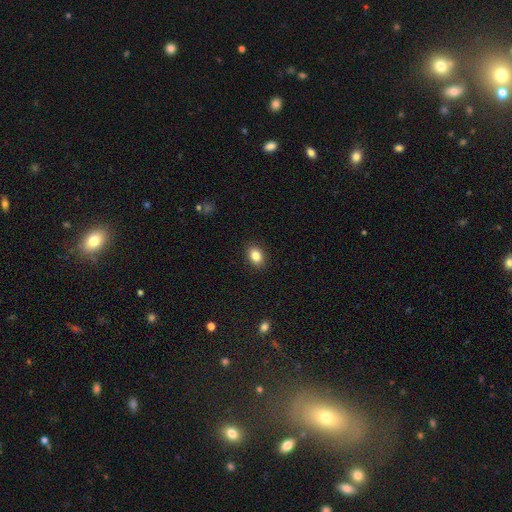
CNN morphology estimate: Smooth or featured?
  - smooth: 85% *
  - star or artifact: 9%
  - featured or disk: 6%
How rounded?
  - in between: 75% *
  - round: 24%
  - cigar-shaped: 1%
Merging?
  - none: 89% *
  - minor disturbance: 8%
  - major disturbance: 2%
  - merger: 1%